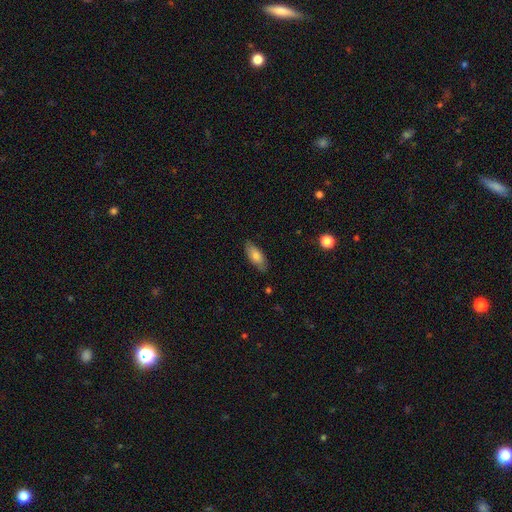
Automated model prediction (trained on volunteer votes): The model was most divided on "smooth or featured": smooth: 72%, featured or disk: 21%, star or artifact: 7%. More confident: merging — none (82%); how rounded — in between (81%).